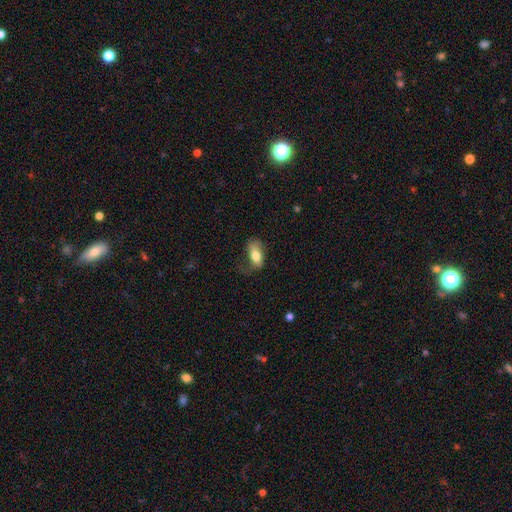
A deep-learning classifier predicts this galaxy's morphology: The model was most divided on "merging": none: 43%, minor disturbance: 30%, major disturbance: 25%, merger: 2%. More confident: how rounded — in between (85%); smooth or featured — smooth (73%).